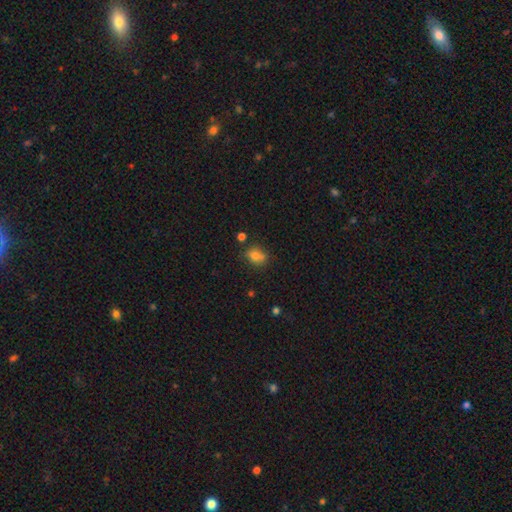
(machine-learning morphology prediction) This appears to be a smooth galaxy with no disk features (77%) that is in between round and cigar-shaped (65%). Merging: none (64%).